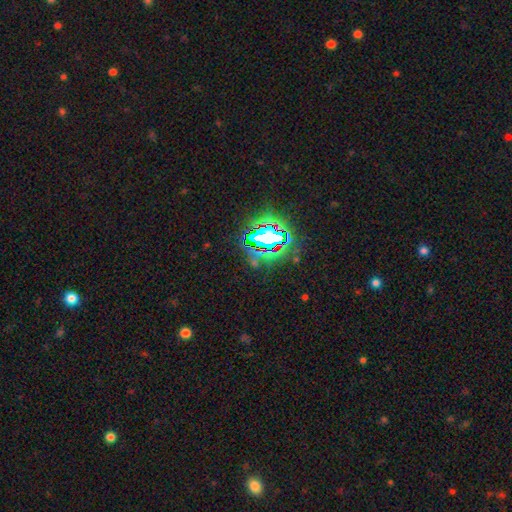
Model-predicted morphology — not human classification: smooth-or-featured: star or artifact: 84% | smooth: 10% | featured or disk: 7%